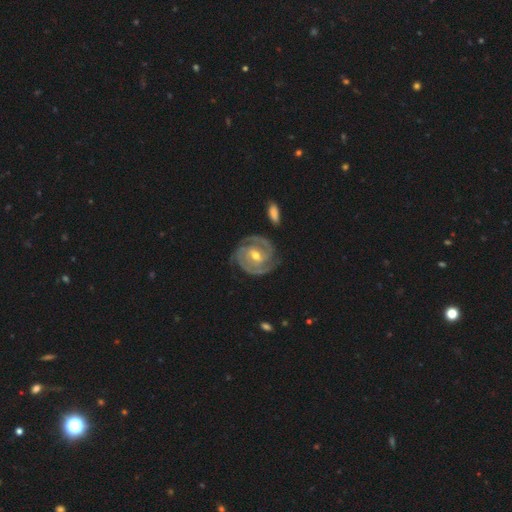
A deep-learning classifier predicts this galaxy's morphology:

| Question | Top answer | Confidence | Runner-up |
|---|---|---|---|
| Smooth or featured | featured or disk | 91% | smooth (5%) |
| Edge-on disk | no | 98% | yes (2%) |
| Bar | weak | 45% | no (30%) |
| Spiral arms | yes | 98% | no (2%) |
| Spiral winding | tight | 73% | medium (23%) |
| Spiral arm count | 2 | 69% | 3 (16%) |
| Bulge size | moderate | 68% | small (28%) |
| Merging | none | 80% | minor disturbance (14%) |